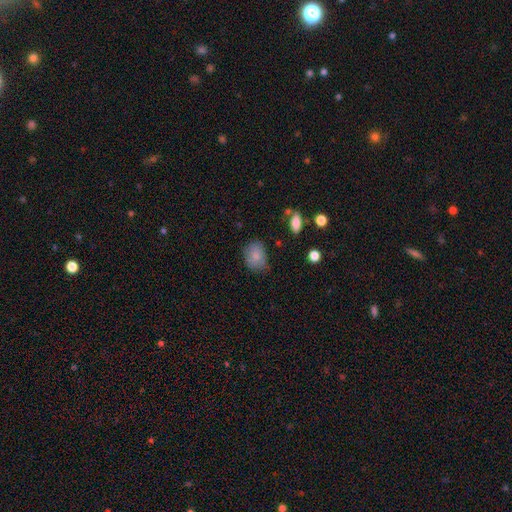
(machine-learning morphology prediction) Smooth or featured? smooth (82%)
How rounded? in between (57%)
Merging? none (70%)